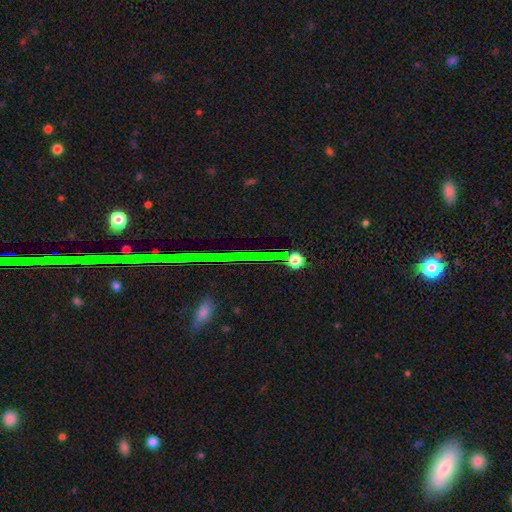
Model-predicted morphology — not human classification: This is likely a star or artifact rather than a galaxy (68%).